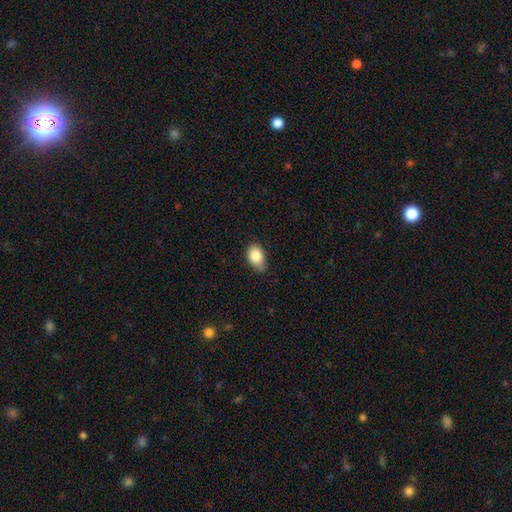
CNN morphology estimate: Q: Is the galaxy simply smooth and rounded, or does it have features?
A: smooth — 85%.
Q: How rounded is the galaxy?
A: in between — 86%.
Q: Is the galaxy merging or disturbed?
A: none — 66%.